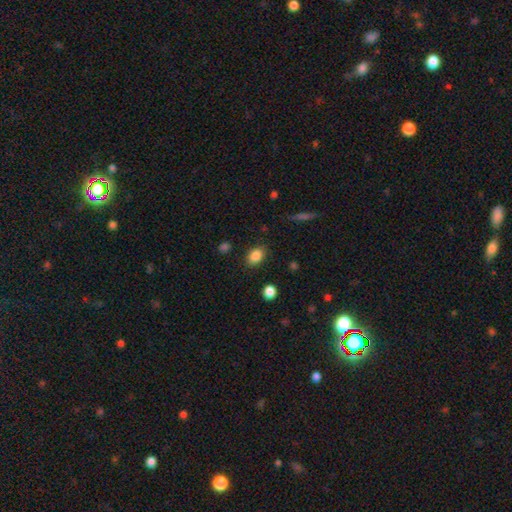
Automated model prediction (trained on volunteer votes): This is clearly a smooth galaxy (86%). How rounded: likely in between (78%). Merging: clearly none (85%).